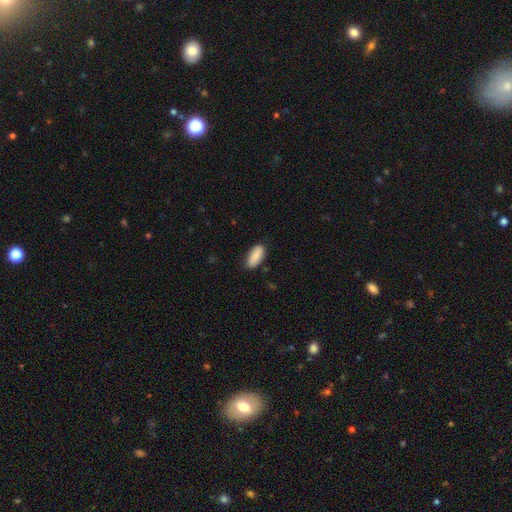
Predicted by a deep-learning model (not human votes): Overall: smooth (87%). How rounded: in between (87%). Merging: none (84%).